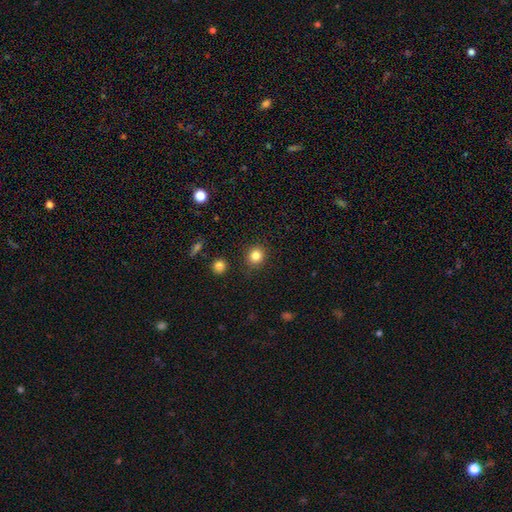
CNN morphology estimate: A smooth galaxy with no disk features (83%) that is round (87%). Merging: none (89%).